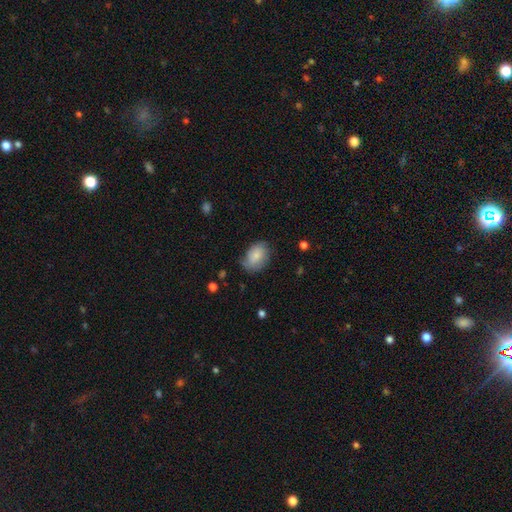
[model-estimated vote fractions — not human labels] Smooth or featured: smooth — 76% (featured or disk — 17%)
How rounded: in between — 80% (round — 19%)
Merging: none — 60% (minor disturbance — 30%)